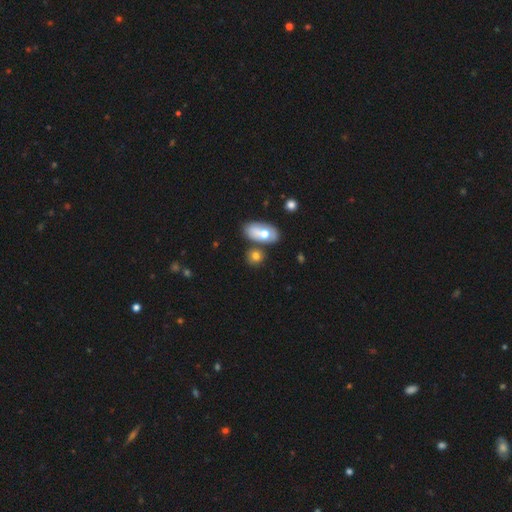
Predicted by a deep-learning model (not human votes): Smooth or featured: smooth — 69% (featured or disk — 20%)
How rounded: in between — 48% (tied with round — 48%)
Merging: none — 62% (merger — 21%)